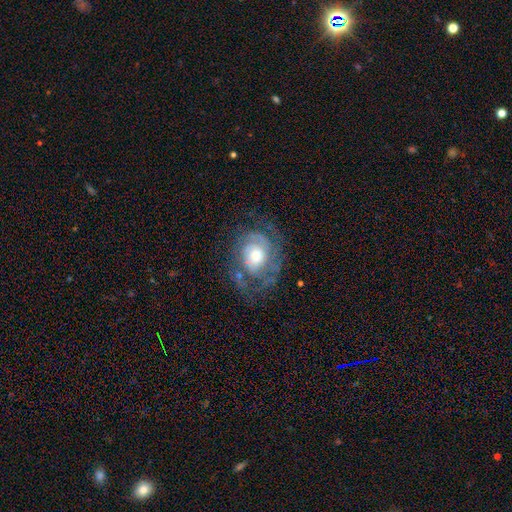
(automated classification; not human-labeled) Overall: featured or disk (76%). Edge-on disk: no (97%). Bar: no (75%). Spiral arms: yes (84%). Spiral arm count: can't tell (38%; 2 33%). Spiral winding: tight (55%; medium 33%). Bulge size: moderate (55%; small 22%). Merging: none (59%; minor disturbance 21%).